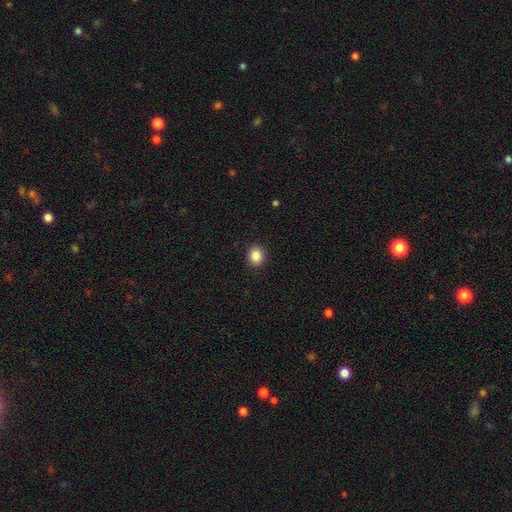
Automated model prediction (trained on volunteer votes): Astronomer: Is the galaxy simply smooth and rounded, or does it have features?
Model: smooth — 87%.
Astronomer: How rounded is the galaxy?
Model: round — 73%.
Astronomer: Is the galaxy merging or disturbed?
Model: none — 90%.